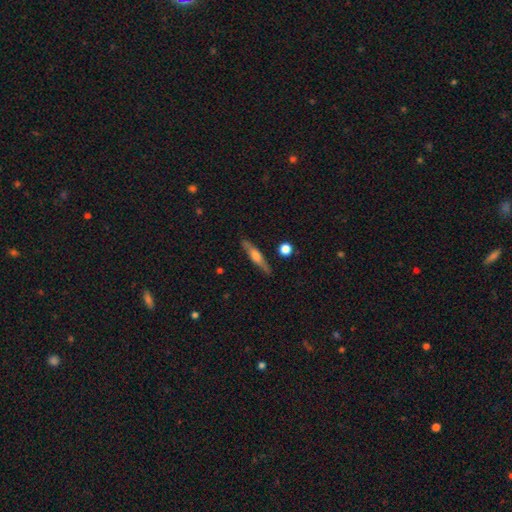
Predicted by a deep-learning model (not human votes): Smooth or featured: featured or disk — 56% (smooth — 38%)
Edge-on disk: yes — 94% (no — 6%)
Edge-on bulge: rounded — 85% (boxy — 8%)
Merging: none — 86% (minor disturbance — 10%)